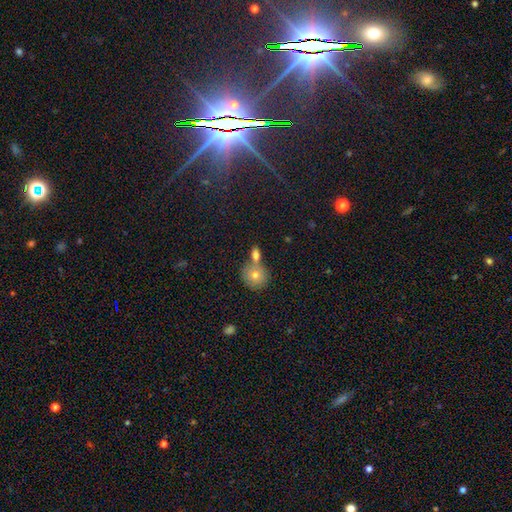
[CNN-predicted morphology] Q: Smooth or featured?
A: smooth (75%); runner-up: featured or disk (14%)
Q: How rounded?
A: in between (54%); runner-up: round (42%)
Q: Merging?
A: none (46%); runner-up: merger (41%)